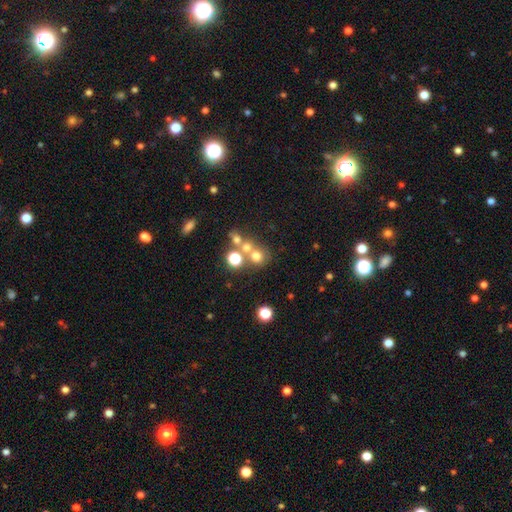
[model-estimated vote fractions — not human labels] The model was most divided on "merging": none: 48%, merger: 38%, minor disturbance: 9%, major disturbance: 6%. More confident: how rounded — round (83%); smooth or featured — smooth (63%).